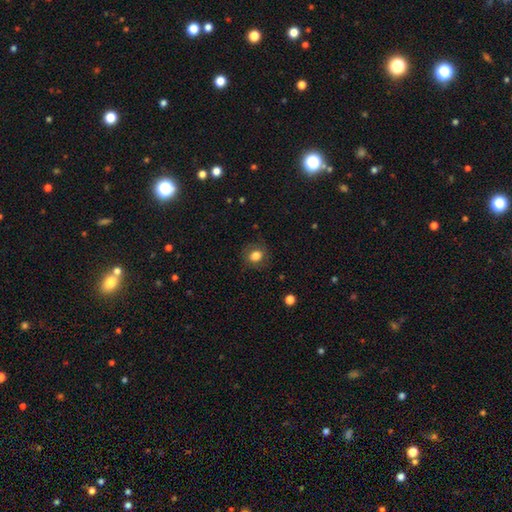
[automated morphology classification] Smooth or featured: smooth — 79% (featured or disk — 11%)
How rounded: round — 66% (in between — 33%)
Merging: none — 79% (minor disturbance — 14%)